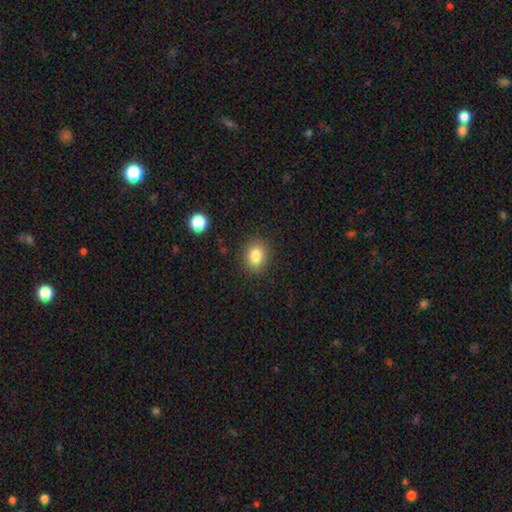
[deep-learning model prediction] smooth 83%, star or artifact 10%, featured or disk 7%. Down the decision tree: how rounded — round (52%); merging — none (87%).